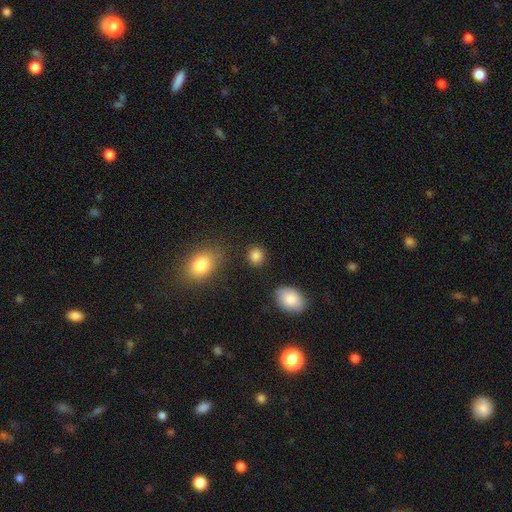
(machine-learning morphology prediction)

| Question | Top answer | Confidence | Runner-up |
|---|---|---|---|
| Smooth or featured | smooth | 87% | star or artifact (10%) |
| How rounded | round | 77% | in between (22%) |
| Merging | none | 85% | minor disturbance (9%) |